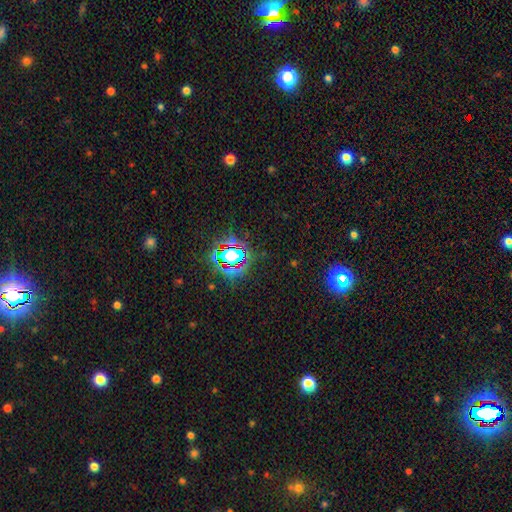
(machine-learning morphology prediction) The model was most divided on "smooth or featured": star or artifact: 80%, smooth: 12%, featured or disk: 8%.